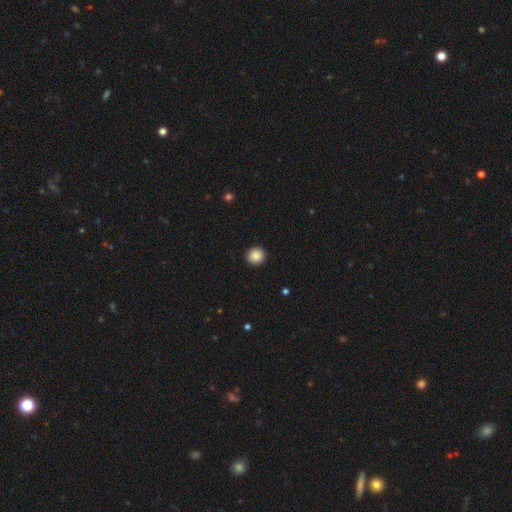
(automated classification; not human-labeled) A smooth galaxy with no disk features (88%) that is round (92%).

Vote fractions:
- Smooth or featured? smooth: 88% / star or artifact: 9% / featured or disk: 3%
- How rounded? round: 92% / in between: 7% / cigar-shaped: 1%
- Merging? none: 93% / minor disturbance: 5% / major disturbance: 2% / merger: 1%